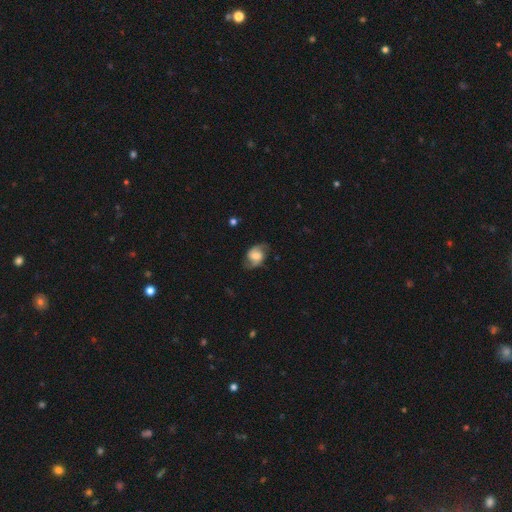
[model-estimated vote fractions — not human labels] This appears to be a featured or disk galaxy (71%) with no bar (48%), 2 (90%) medium (46%) spiral arms (93%) and a moderate central bulge (43%). Merging: none (75%).